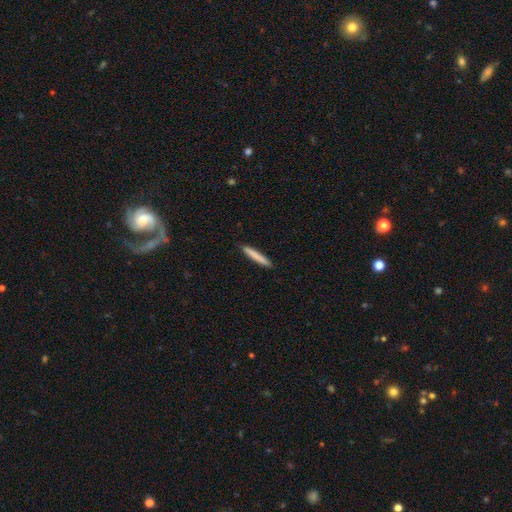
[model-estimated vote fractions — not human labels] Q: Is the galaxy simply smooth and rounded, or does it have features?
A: smooth — 81%.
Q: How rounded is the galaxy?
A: cigar-shaped — 95%.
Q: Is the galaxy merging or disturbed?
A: none — 91%.